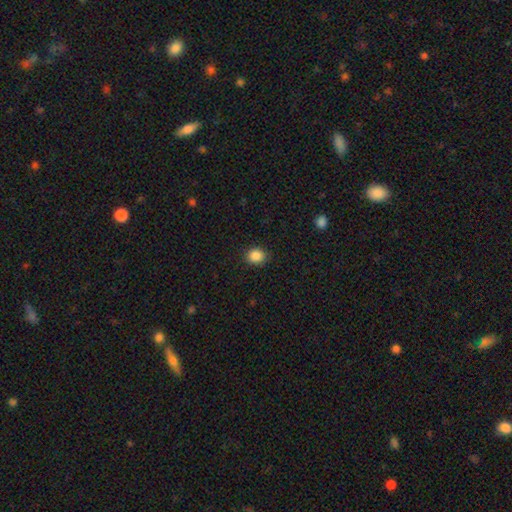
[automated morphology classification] smooth-or-featured: smooth: 87% | star or artifact: 10% | featured or disk: 3%
  how-rounded: round: 75% | in between: 24% | cigar-shaped: 1%
  merging: none: 89% | minor disturbance: 8% | major disturbance: 2% | merger: 1%